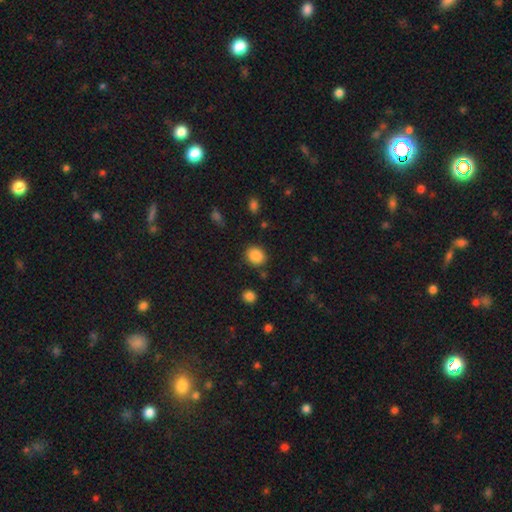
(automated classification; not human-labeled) A smooth galaxy with no disk features (87%) that is round (71%). Merging: none (85%).